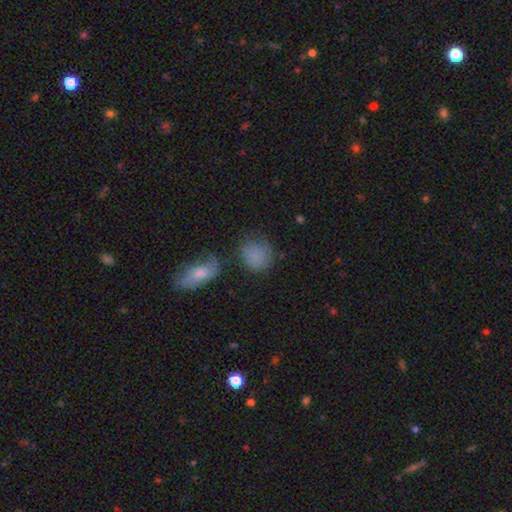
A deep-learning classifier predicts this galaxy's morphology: A smooth galaxy with no disk features (82%) that is round (74%). Merging: none (61%).